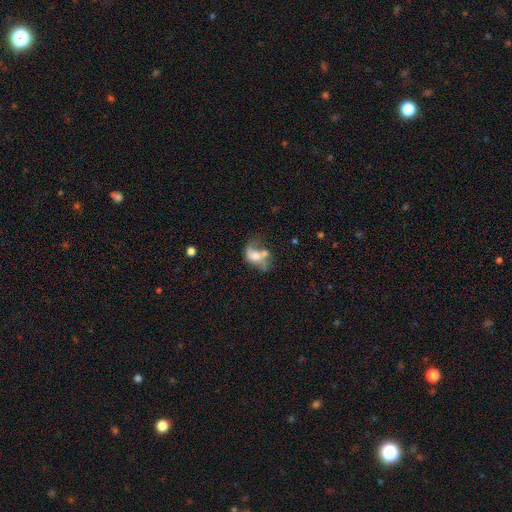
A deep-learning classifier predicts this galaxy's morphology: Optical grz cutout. It shows a featured or disk galaxy (52%) with no bar (71%), spiral arms (53%) and a moderate central bulge (48%). Merging: merger (33%).